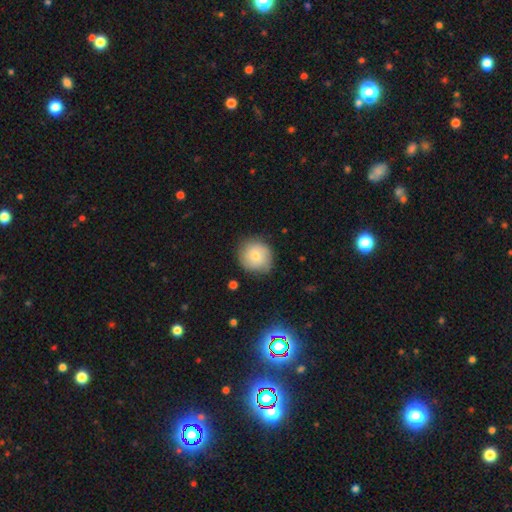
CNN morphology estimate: Smooth or featured: smooth — 71% (featured or disk — 21%)
How rounded: round — 89% (in between — 10%)
Merging: none — 76% (minor disturbance — 18%)